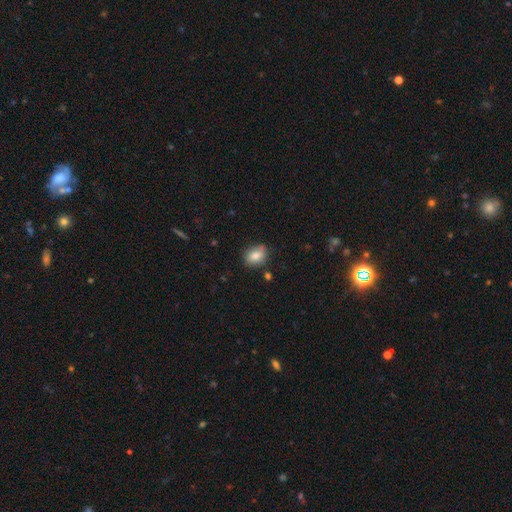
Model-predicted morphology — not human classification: smooth 83%, star or artifact 9%, featured or disk 8%. Down the decision tree: how rounded — in between (64%); merging — none (74%).